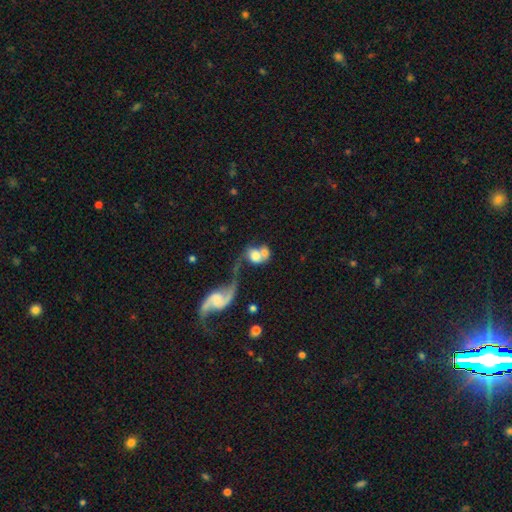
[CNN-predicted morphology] A smooth galaxy with no disk features (54%) that is round (51%). Merging: merger (64%).